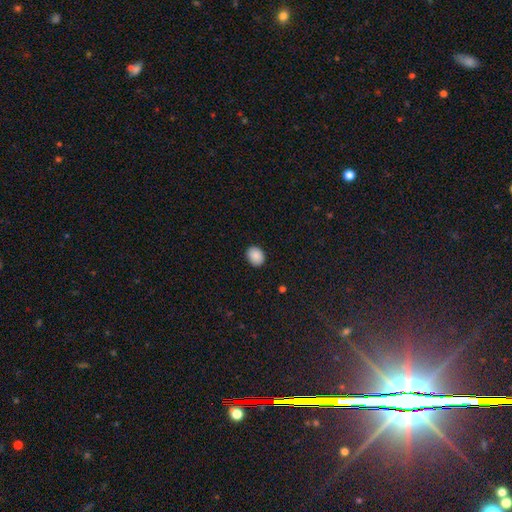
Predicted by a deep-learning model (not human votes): A smooth galaxy with no disk features (89%) that is in between round and cigar-shaped (55%). Merging: none (90%).